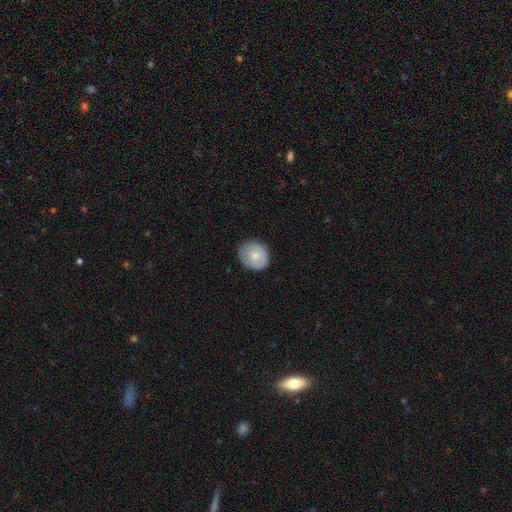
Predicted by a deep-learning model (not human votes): Smooth or featured: smooth — 71% (featured or disk — 23%)
How rounded: round — 71% (in between — 28%)
Merging: none — 78% (minor disturbance — 17%)